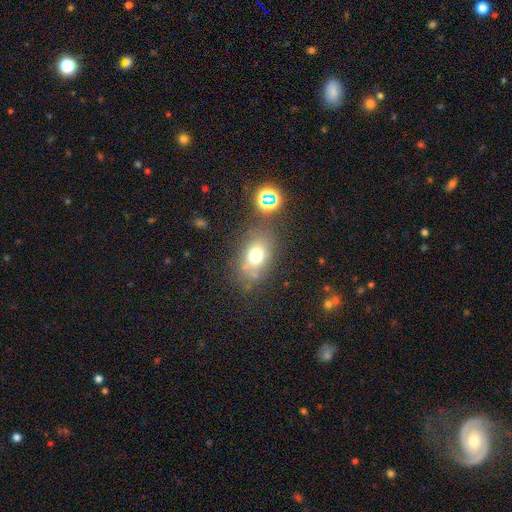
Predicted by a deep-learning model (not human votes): smooth 68%, star or artifact 16%, featured or disk 16%. Down the decision tree: how rounded — in between (72%); merging — none (67%).